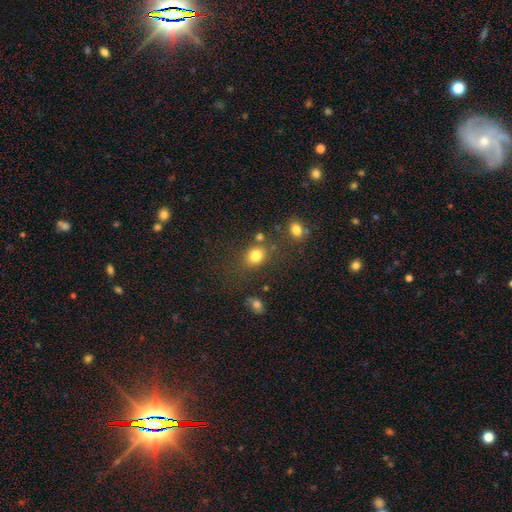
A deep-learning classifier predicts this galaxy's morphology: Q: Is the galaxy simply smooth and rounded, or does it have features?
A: smooth — 81%.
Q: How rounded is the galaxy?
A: round — 55%.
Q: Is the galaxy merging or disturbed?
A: none — 68%.